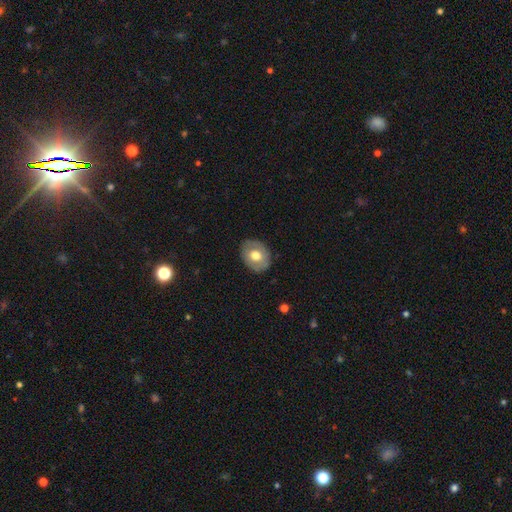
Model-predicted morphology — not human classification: Overall: smooth (58%; featured or disk 35%). How rounded: in between (55%; round 44%). Merging: none (82%).